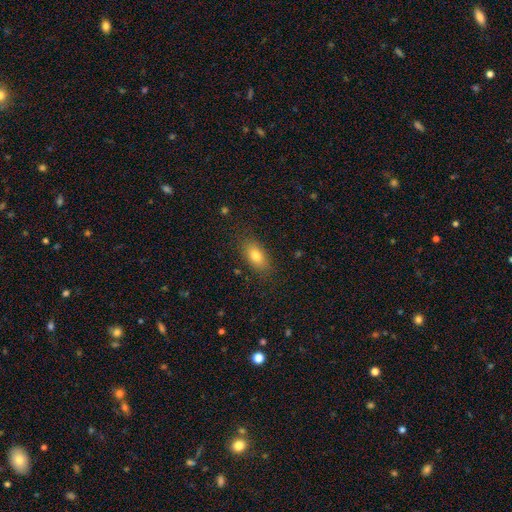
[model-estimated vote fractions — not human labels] This appears to be a smooth galaxy with no disk features (80%) that is in between round and cigar-shaped (87%). Merging: none (84%).